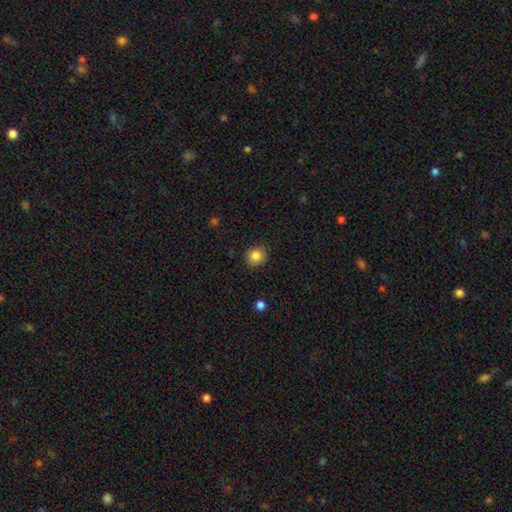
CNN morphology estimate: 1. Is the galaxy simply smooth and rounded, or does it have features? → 85% smooth, 10% star or artifact, 5% featured or disk.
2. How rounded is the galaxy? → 87% round, 12% in between, 1% cigar-shaped.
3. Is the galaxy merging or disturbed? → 87% none, 9% minor disturbance, 2% major disturbance, 1% merger.